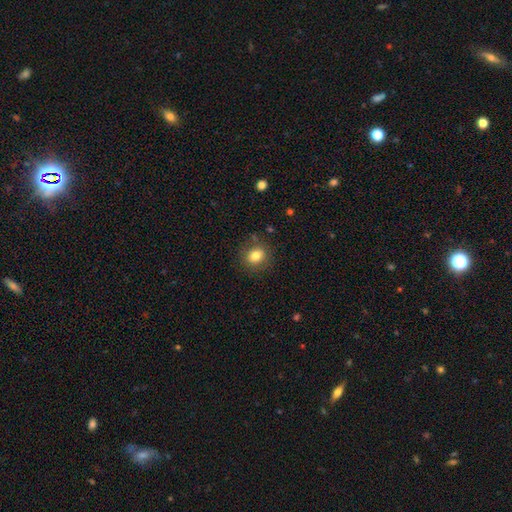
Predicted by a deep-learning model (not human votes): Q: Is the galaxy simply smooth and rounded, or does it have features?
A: smooth — 81%.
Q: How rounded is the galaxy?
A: round — 66%.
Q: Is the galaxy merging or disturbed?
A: none — 83%.